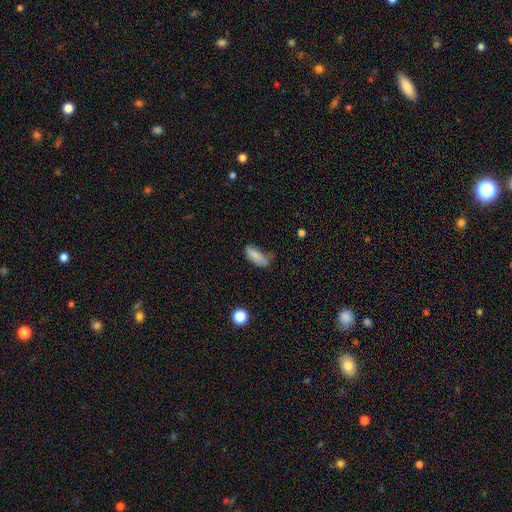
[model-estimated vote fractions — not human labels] This appears to be a smooth galaxy with no disk features (83%) that is in between round and cigar-shaped (78%). Merging: none (43%).